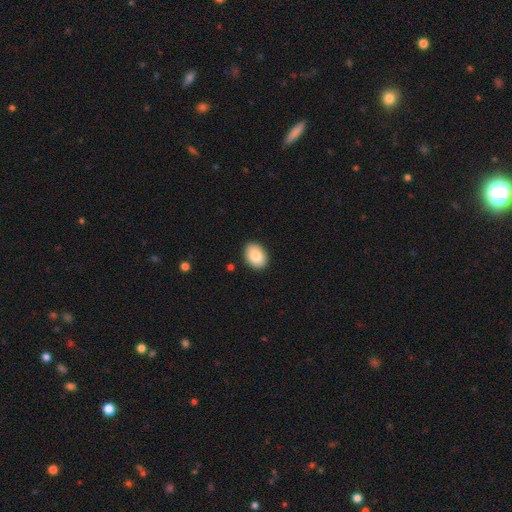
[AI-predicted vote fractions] A smooth galaxy with no disk features (85%) that is in between round and cigar-shaped (76%). Merging: none (89%).